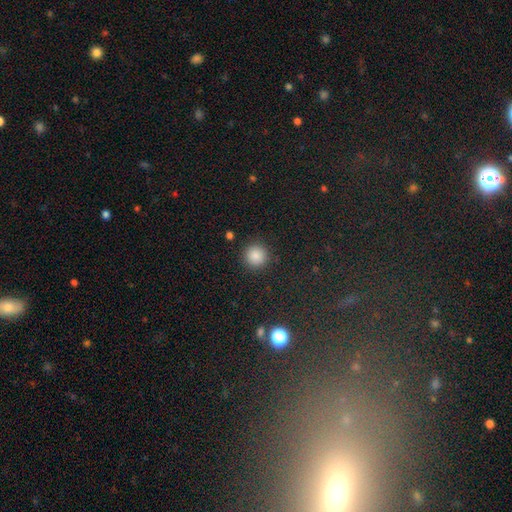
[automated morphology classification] This appears to be a smooth galaxy with no disk features (86%) that is round (95%). Merging: none (90%).